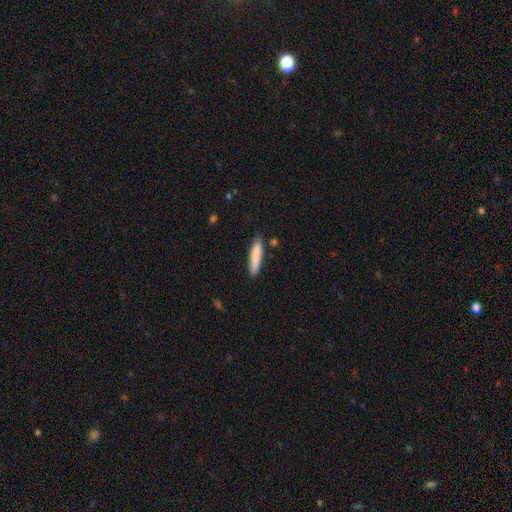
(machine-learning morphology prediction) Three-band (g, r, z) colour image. It shows a smooth galaxy with no disk features (83%) that is cigar-shaped (86%). Merging: none (85%).